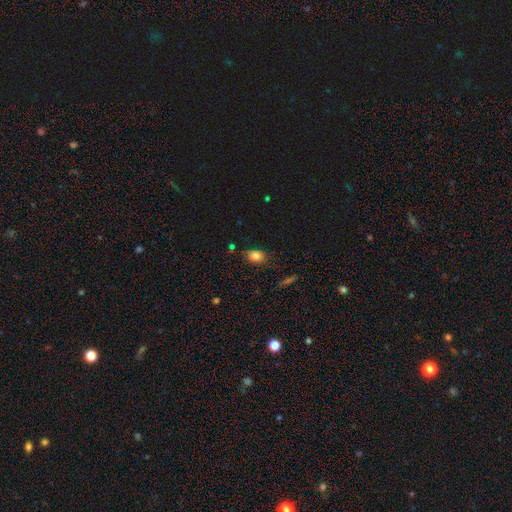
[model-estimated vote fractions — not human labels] Q: Smooth or featured?
A: smooth (82%); runner-up: star or artifact (12%)
Q: How rounded?
A: in between (74%); runner-up: round (24%)
Q: Merging?
A: none (73%); runner-up: minor disturbance (19%)